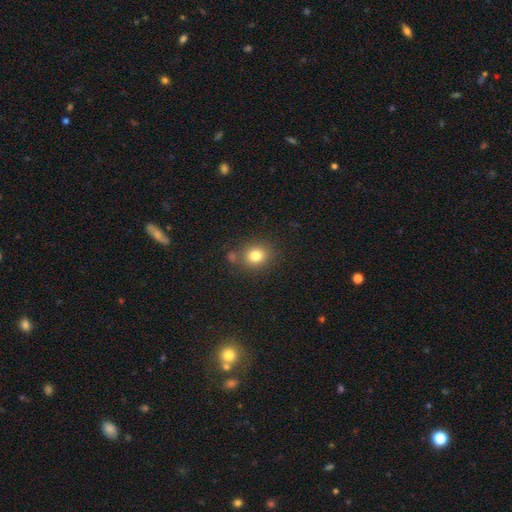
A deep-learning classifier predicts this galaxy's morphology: Smooth or featured: smooth — 80% (star or artifact — 12%)
How rounded: round — 74% (in between — 26%)
Merging: none — 76% (minor disturbance — 11%)